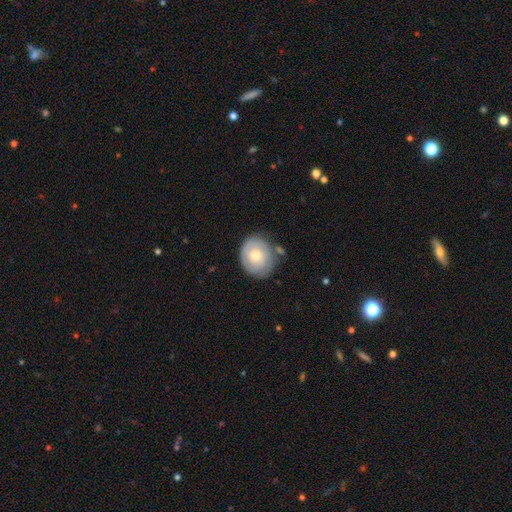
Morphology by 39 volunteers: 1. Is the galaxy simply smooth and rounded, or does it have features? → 51% featured or disk, 49% smooth, 0% star or artifact.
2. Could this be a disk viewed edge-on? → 100% no, 0% yes.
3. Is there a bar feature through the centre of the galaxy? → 80% no, 20% weak, 0% strong.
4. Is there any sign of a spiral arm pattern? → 75% yes, 25% no.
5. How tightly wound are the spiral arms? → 73% tight, 13% medium, 13% loose.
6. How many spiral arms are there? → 53% 2, 27% can't tell, 7% 1, 7% 3, 7% 4, 0% more than 4.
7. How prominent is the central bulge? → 55% moderate, 20% small, 10% large, 10% none, 5% dominant.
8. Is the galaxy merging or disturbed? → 62% none, 21% minor disturbance, 13% merger, 5% major disturbance.